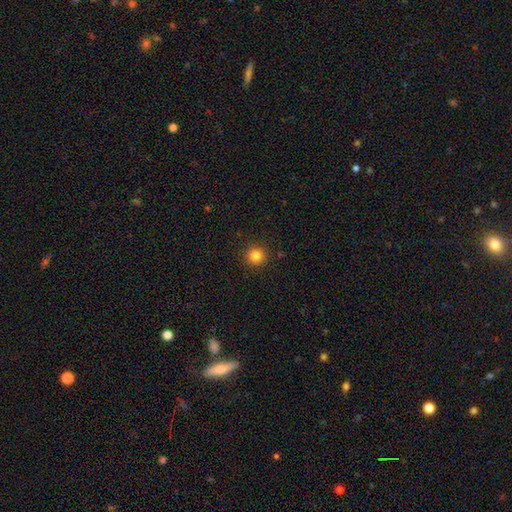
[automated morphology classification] smooth_or_featured: smooth (p=0.83) [alt: star or artifact p=0.12]
how_rounded: round (p=0.95) [alt: in between p=0.04]
merging: none (p=0.92) [alt: minor disturbance p=0.05]